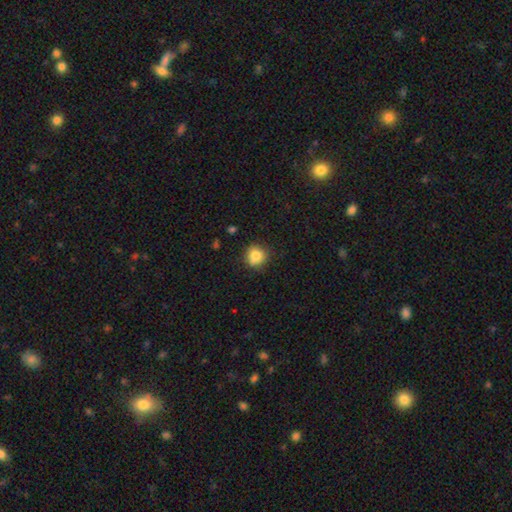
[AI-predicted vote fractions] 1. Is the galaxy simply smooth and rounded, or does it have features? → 81% smooth, 10% star or artifact, 9% featured or disk.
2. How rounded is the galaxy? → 86% round, 13% in between, 1% cigar-shaped.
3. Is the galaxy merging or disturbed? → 72% none, 17% minor disturbance, 8% merger, 4% major disturbance.